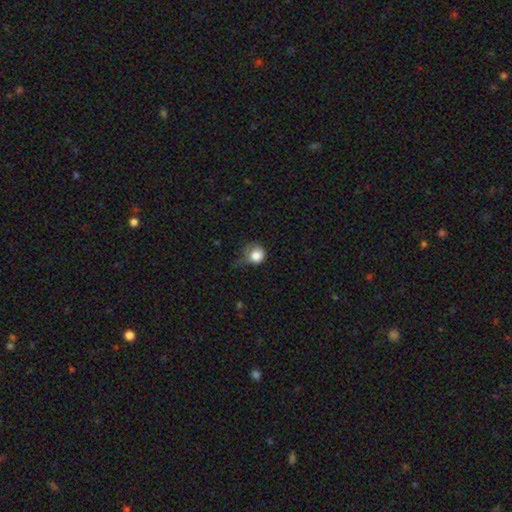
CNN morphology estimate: A smooth galaxy with no disk features (82%) that is round (81%). Merging: minor disturbance (37%).